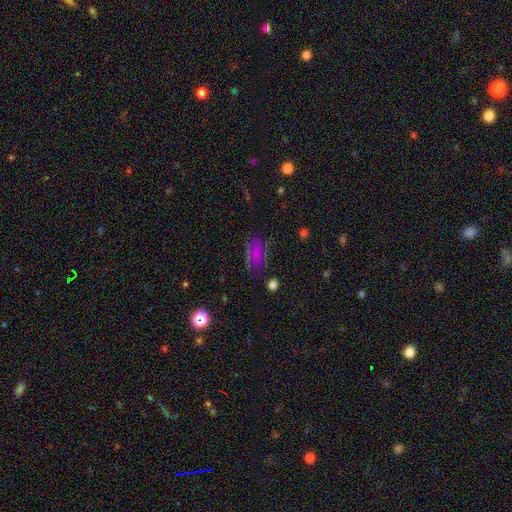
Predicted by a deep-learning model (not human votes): This appears to be a smooth galaxy with no disk features (72%) that is in between round and cigar-shaped (87%). Merging: none (70%).